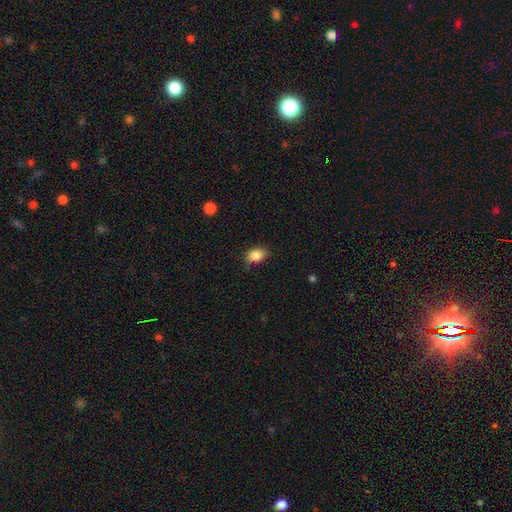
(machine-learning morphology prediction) smooth_or_featured: smooth (p=0.86) [alt: star or artifact p=0.09]
how_rounded: in between (p=0.75) [alt: round p=0.23]
merging: none (p=0.76) [alt: minor disturbance p=0.19]